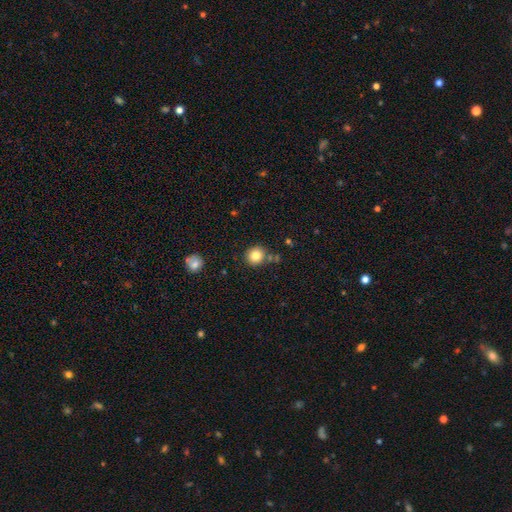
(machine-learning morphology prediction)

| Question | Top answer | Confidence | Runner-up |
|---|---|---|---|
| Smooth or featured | smooth | 81% | star or artifact (11%) |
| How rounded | round | 89% | in between (10%) |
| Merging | none | 81% | minor disturbance (10%) |